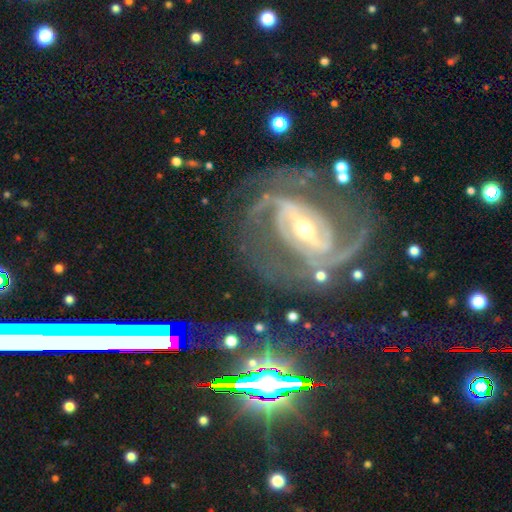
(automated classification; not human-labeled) This is clearly a featured or disk galaxy (84%). It is clearly not viewed edge-on (95%). Bar: possibly strong (54%). Spiral arm pattern: clearly yes (95%). Spiral arm count: likely 2 (65%). Spiral winding: possibly tight (46%). Central bulge: possibly small (48%). Merging: likely none (67%).